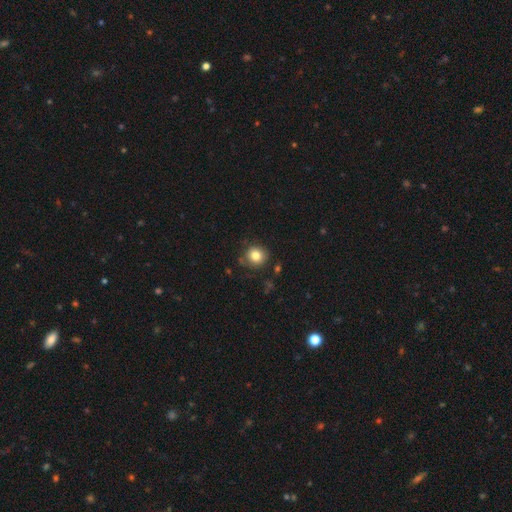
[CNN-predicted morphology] This is clearly a smooth galaxy (81%). How rounded: clearly round (86%). Merging: likely none (79%).